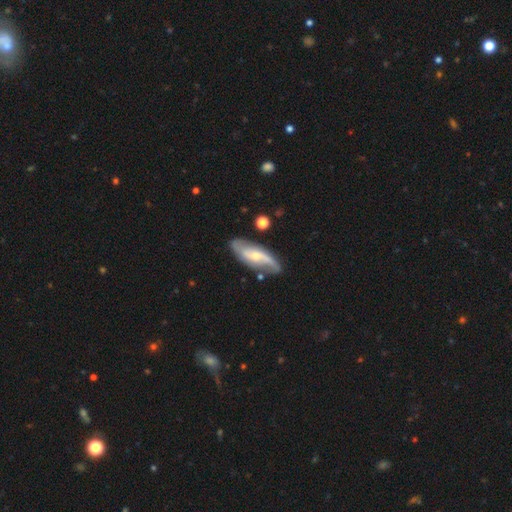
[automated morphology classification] Overall: featured or disk (77%). Edge-on disk: no (88%). Bar: no (47%; weak 37%). Spiral arms: yes (92%). Spiral arm count: 2 (86%). Spiral winding: loose (56%; medium 31%). Bulge size: small (55%; moderate 40%). Merging: none (74%).